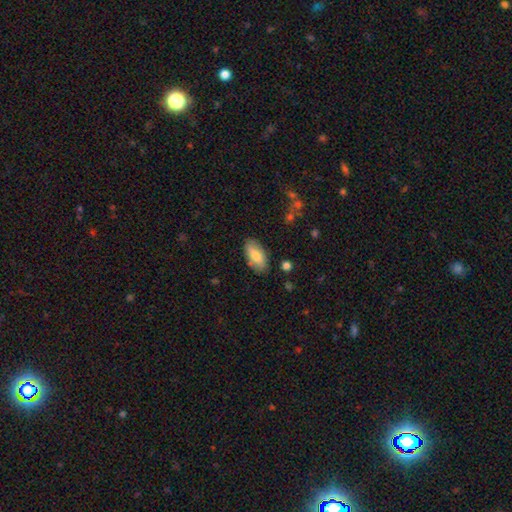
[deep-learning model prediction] This is likely a smooth galaxy (75%). How rounded: clearly in between (90%). Merging: clearly none (83%).